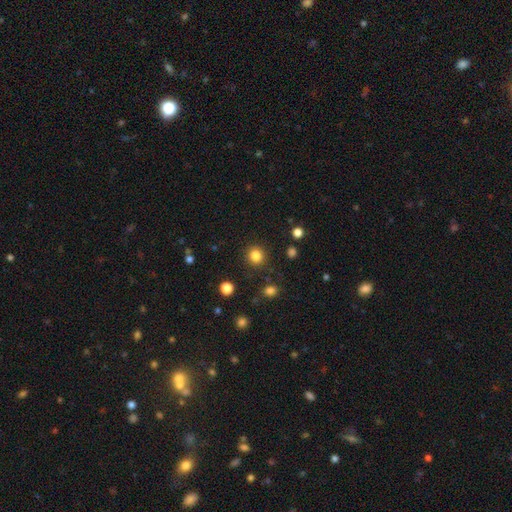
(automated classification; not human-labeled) Smooth or featured? Predicted: smooth (p=0.83). How rounded? Predicted: round (p=0.92). Merging? Predicted: none (p=0.90).